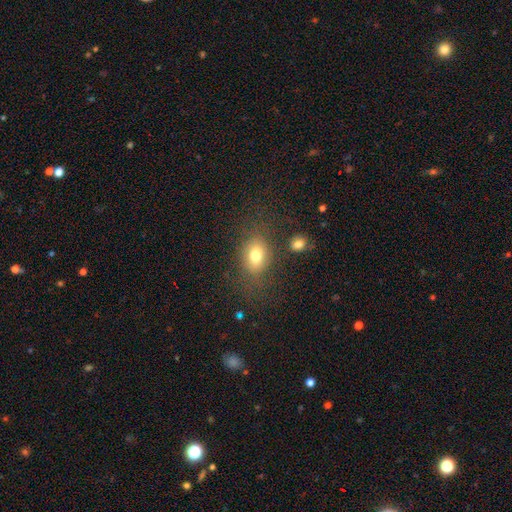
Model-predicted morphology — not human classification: type=smooth (75%); roundness=in between (70%); merging=none (70%).